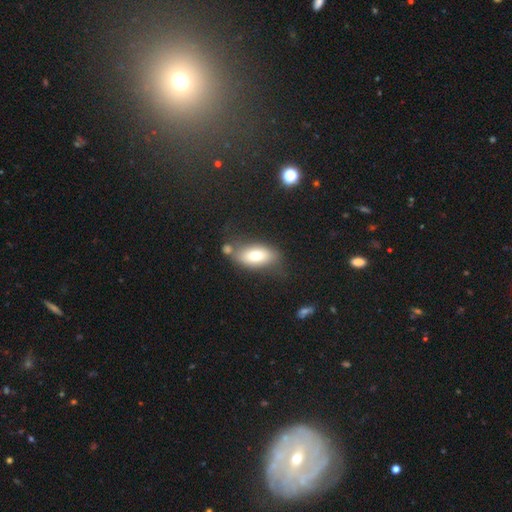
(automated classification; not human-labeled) Morphology: type=smooth (74%); roundness=in between (89%); merging=none (58%).